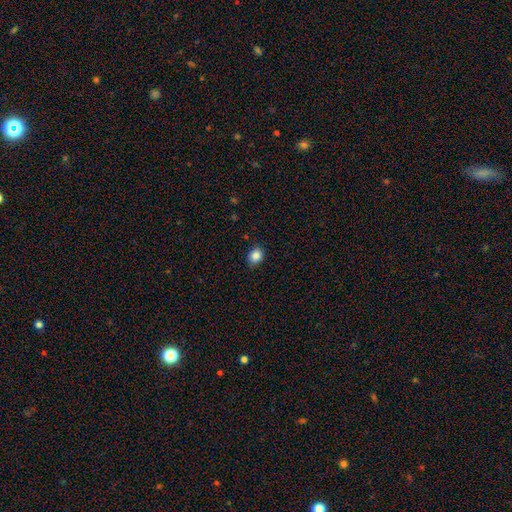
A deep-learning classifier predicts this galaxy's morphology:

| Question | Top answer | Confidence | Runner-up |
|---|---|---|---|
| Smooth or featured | smooth | 86% | star or artifact (10%) |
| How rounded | round | 58% | in between (41%) |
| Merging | none | 86% | minor disturbance (11%) |